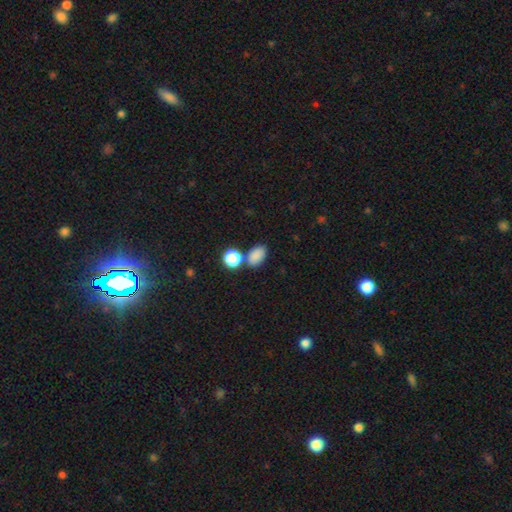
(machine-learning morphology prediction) This is clearly a smooth galaxy (85%). How rounded: clearly in between (86%). Merging: likely none (64%).